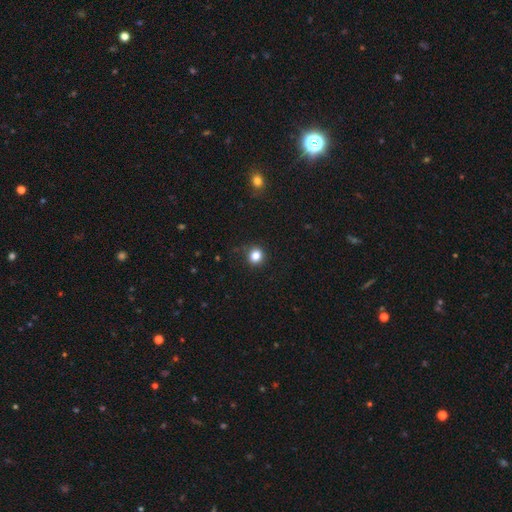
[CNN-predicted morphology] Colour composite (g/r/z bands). It shows a smooth galaxy with no disk features (84%) that is round (80%). Merging: none (87%).